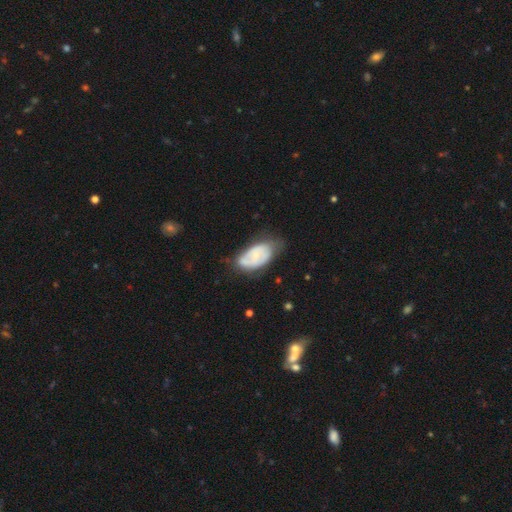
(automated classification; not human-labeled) Smooth or featured? Predicted: featured or disk (p=0.53). Edge-on disk? Predicted: no (p=0.94). Bar? Predicted: no (p=0.65). Spiral arms? Predicted: yes (p=0.60). Bulge size? Predicted: small (p=0.61). Merging? Predicted: none (p=0.47).